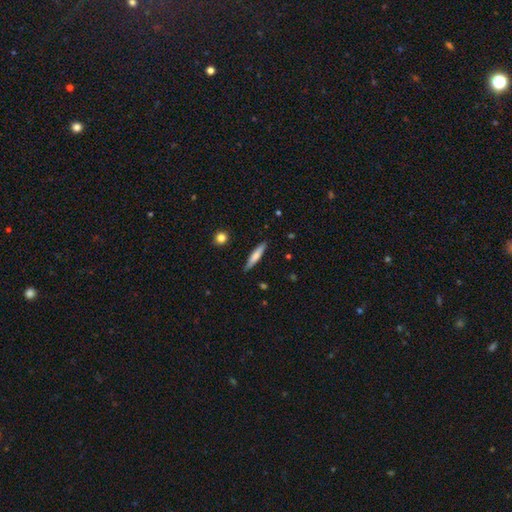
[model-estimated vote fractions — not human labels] smooth_or_featured: smooth (p=0.69) [alt: featured or disk p=0.25]
how_rounded: cigar-shaped (p=0.86) [alt: in between p=0.13]
merging: none (p=0.88) [alt: minor disturbance p=0.09]